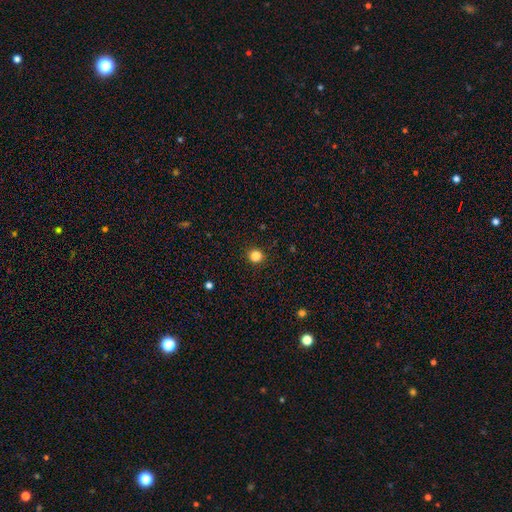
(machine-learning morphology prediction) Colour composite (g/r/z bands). It shows a smooth galaxy with no disk features (86%) that is round (92%). Merging: none (92%).